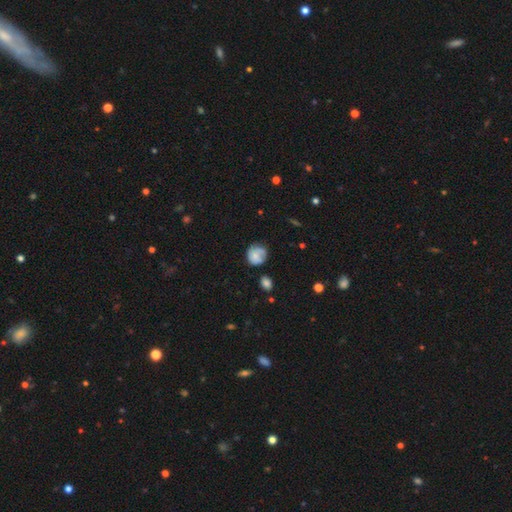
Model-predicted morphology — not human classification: The model was most divided on "smooth or featured": smooth: 58%, featured or disk: 33%, star or artifact: 8%. More confident: how rounded — round (78%); merging — none (56%).